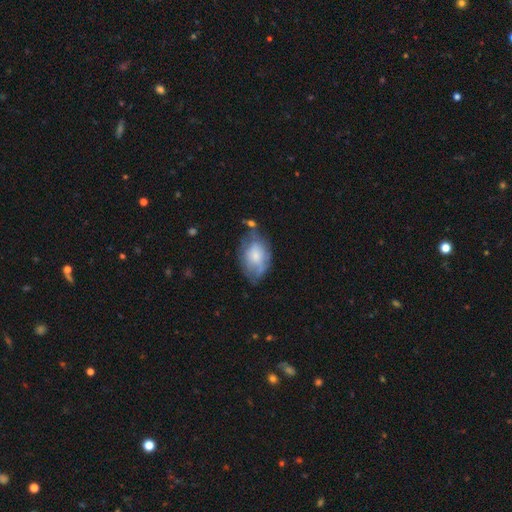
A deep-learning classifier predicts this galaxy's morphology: A smooth galaxy with no disk features (56%) that is in between round and cigar-shaped (88%). Merging: none (44%).